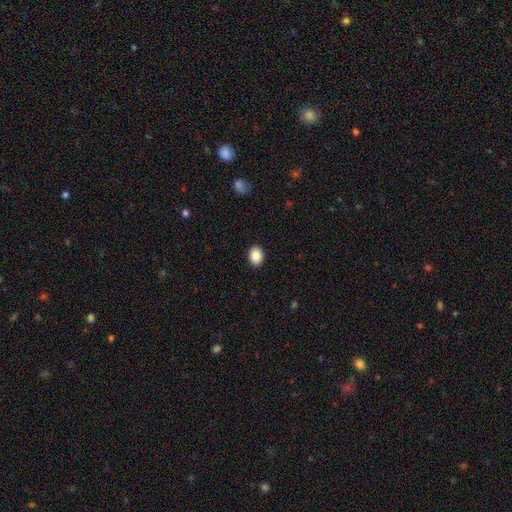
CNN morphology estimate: smooth_or_featured: smooth (p=0.89) [alt: star or artifact p=0.08]
how_rounded: in between (p=0.66) [alt: round p=0.33]
merging: none (p=0.91) [alt: minor disturbance p=0.07]